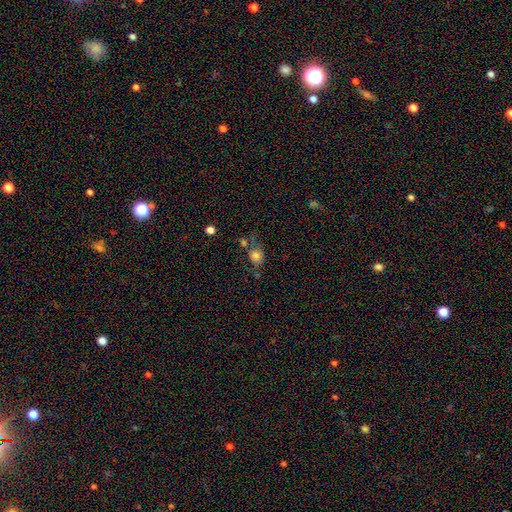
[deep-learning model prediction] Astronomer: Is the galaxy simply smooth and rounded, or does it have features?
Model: smooth — 76%.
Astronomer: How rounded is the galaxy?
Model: round — 66%.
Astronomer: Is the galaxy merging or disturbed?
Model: none — 53%.